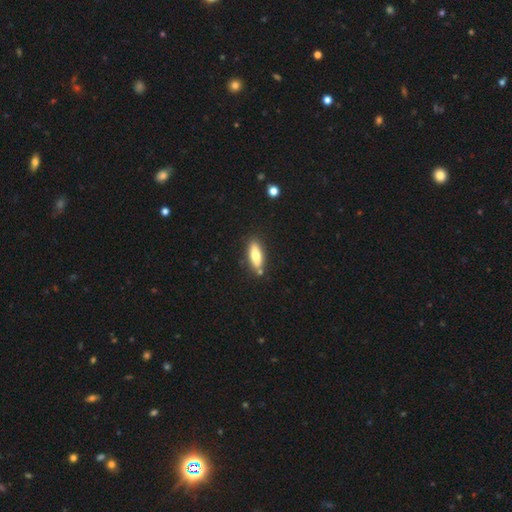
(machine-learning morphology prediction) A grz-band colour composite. It shows a smooth galaxy with no disk features (72%) that is in between round and cigar-shaped (55%). Merging: none (82%).